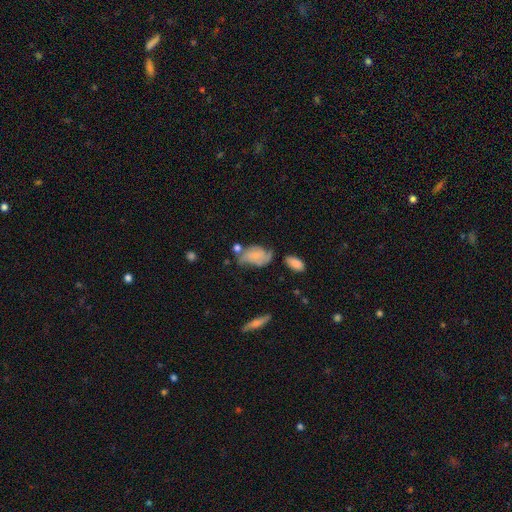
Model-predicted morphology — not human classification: Overall: smooth (46%; featured or disk 45%). Merging: none (35%; minor disturbance 31%).